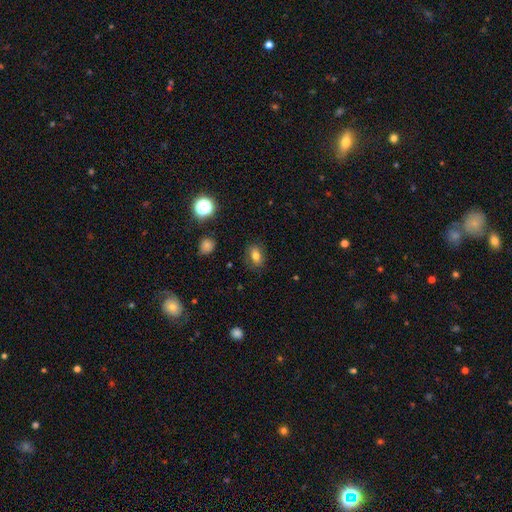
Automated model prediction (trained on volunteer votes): Smooth or featured? smooth (74%)
How rounded? in between (77%)
Merging? none (82%)